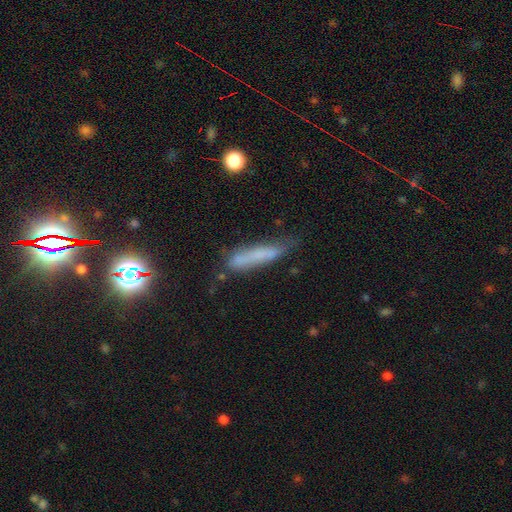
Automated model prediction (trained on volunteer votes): smooth 61%, featured or disk 24%, star or artifact 16%. Down the decision tree: how rounded — cigar-shaped (87%); merging — none (56%).